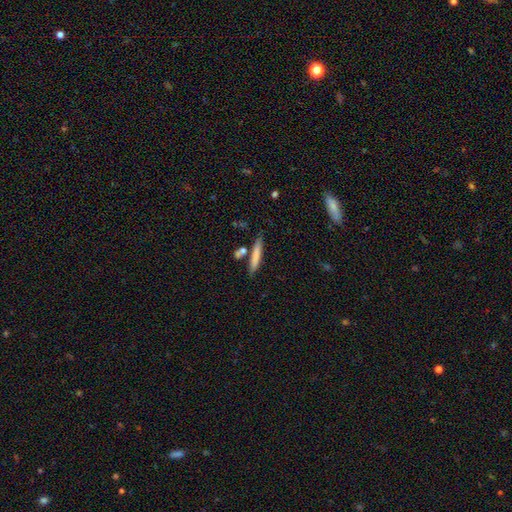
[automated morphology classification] Smooth or featured: smooth — 74% (featured or disk — 20%)
How rounded: cigar-shaped — 93% (in between — 6%)
Merging: none — 79% (minor disturbance — 11%)